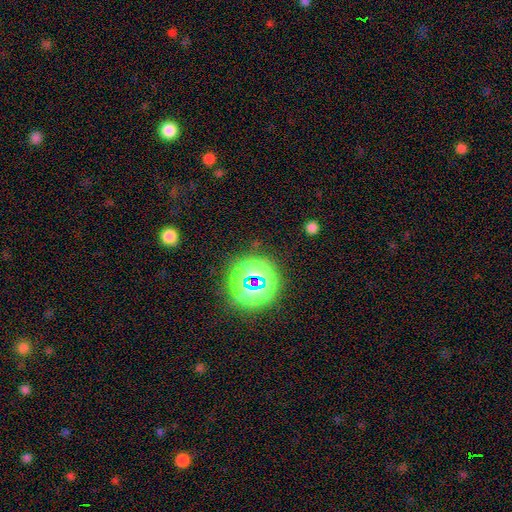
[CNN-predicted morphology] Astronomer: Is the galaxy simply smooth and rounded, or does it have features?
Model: star or artifact — 72%.